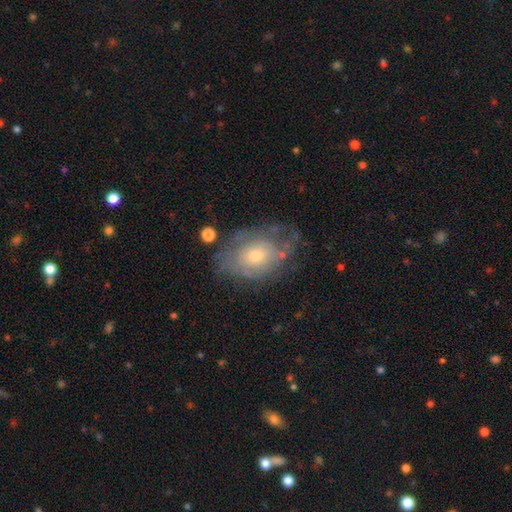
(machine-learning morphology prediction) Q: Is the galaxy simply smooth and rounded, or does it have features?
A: featured or disk — 55%.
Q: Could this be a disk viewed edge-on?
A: no — 94%.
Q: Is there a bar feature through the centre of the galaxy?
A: no — 84%.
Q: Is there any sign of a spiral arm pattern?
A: yes — 54%.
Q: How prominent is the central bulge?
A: small — 52%.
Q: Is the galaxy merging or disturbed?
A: none — 55%.